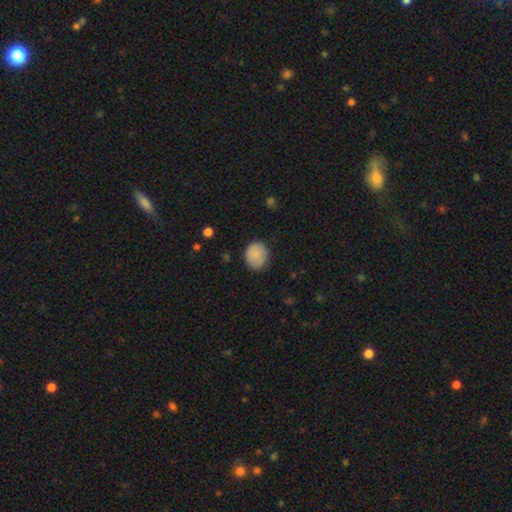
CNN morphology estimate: The model was most divided on "how rounded": round: 74%, in between: 25%, cigar-shaped: 1%. More confident: smooth or featured — smooth (87%); merging — none (84%).